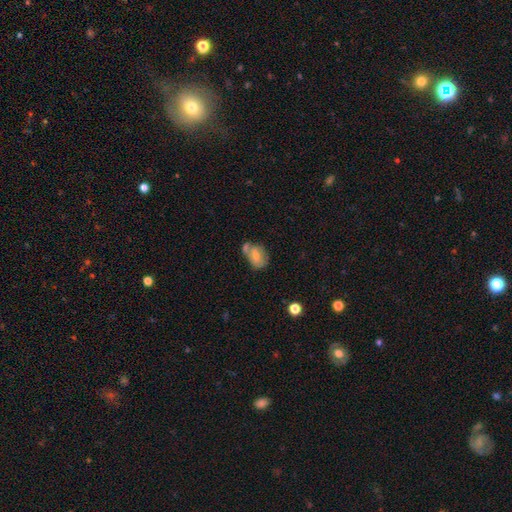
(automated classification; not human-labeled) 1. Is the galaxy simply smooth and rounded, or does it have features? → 62% smooth, 30% featured or disk, 8% star or artifact.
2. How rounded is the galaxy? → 78% in between, 20% round, 2% cigar-shaped.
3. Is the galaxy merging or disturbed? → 34% none, 33% merger, 22% minor disturbance, 11% major disturbance.